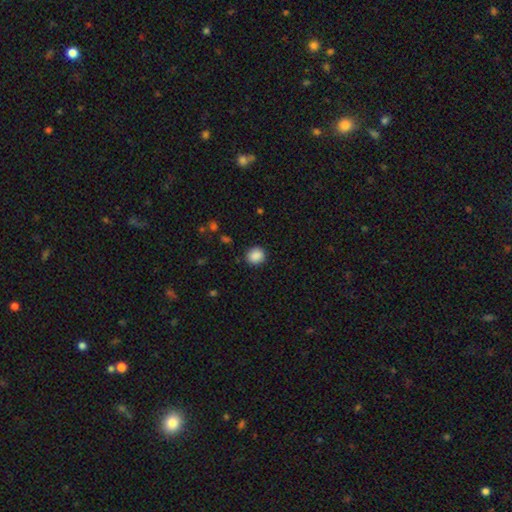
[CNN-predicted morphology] Smooth or featured: smooth — 89% (star or artifact — 9%)
How rounded: round — 85% (in between — 14%)
Merging: none — 89% (minor disturbance — 8%)